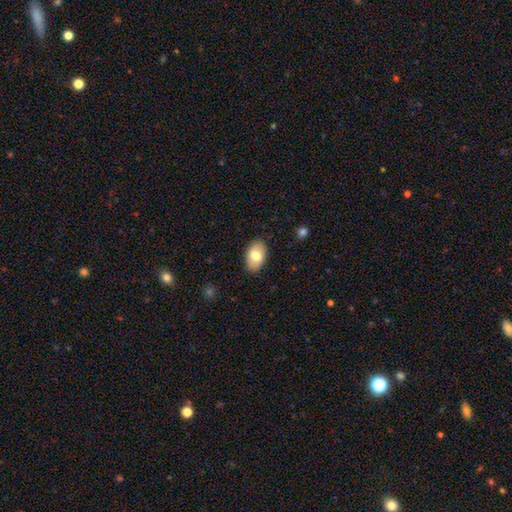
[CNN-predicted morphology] This is likely a smooth galaxy (77%). How rounded: clearly in between (91%). Merging: clearly none (88%).